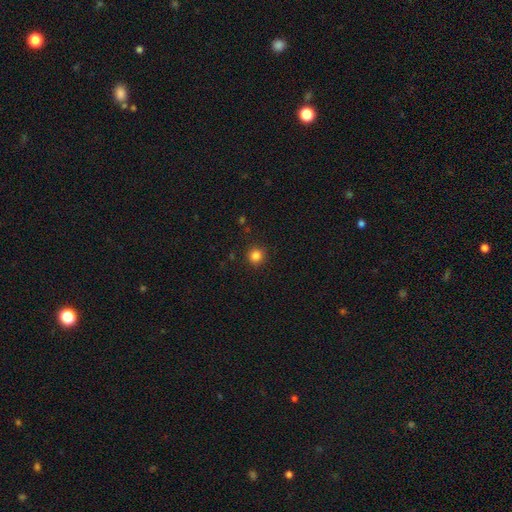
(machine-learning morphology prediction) smooth-or-featured: smooth: 84% | star or artifact: 12% | featured or disk: 4%
  how-rounded: round: 94% | in between: 5% | cigar-shaped: 1%
  merging: none: 91% | minor disturbance: 6% | major disturbance: 2% | merger: 1%